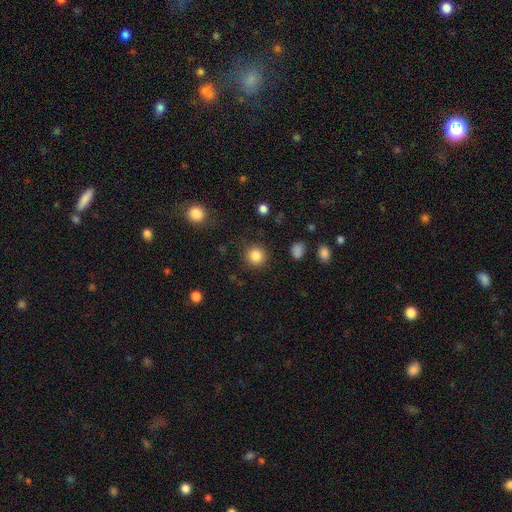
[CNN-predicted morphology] type=smooth (85%); roundness=round (93%); merging=none (89%).